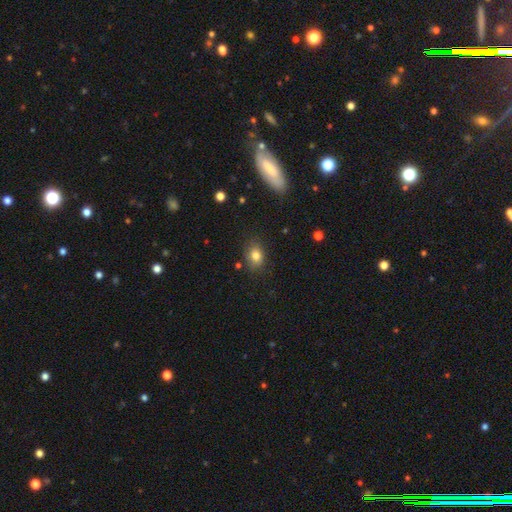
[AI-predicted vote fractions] Smooth or featured? Predicted: smooth (p=0.81). How rounded? Predicted: in between (p=0.62). Merging? Predicted: none (p=0.80).